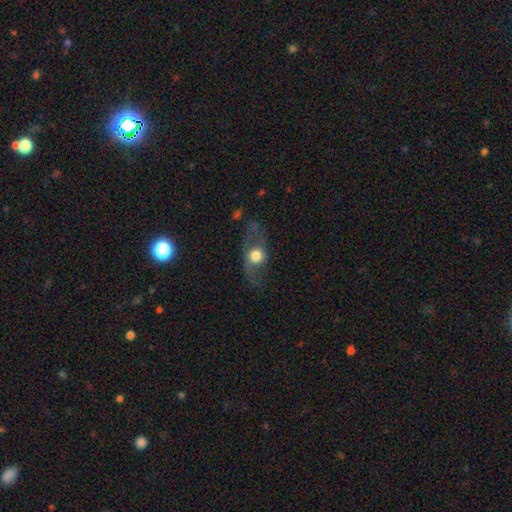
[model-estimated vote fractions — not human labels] smooth_or_featured: smooth (p=0.46) [alt: featured or disk p=0.45]
merging: none (p=0.57) [alt: major disturbance p=0.21]